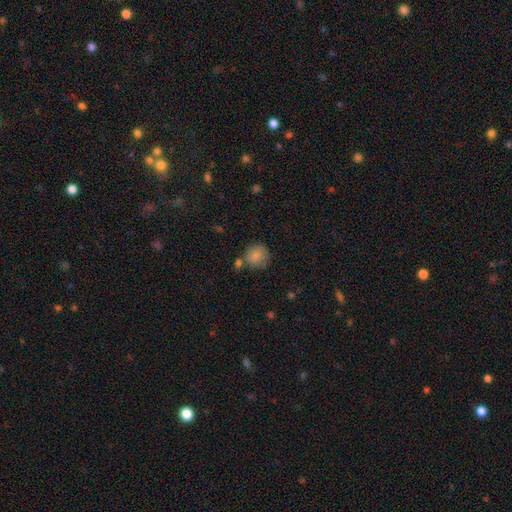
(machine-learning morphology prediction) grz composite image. It shows a smooth galaxy with no disk features (85%) that is round (90%). Merging: none (68%).